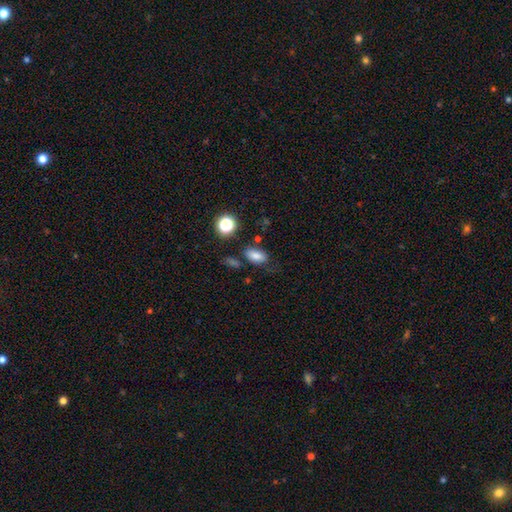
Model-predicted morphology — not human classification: smooth_or_featured: smooth (p=0.80) [alt: star or artifact p=0.12]
how_rounded: in between (p=0.87) [alt: round p=0.11]
merging: none (p=0.68) [alt: minor disturbance p=0.19]